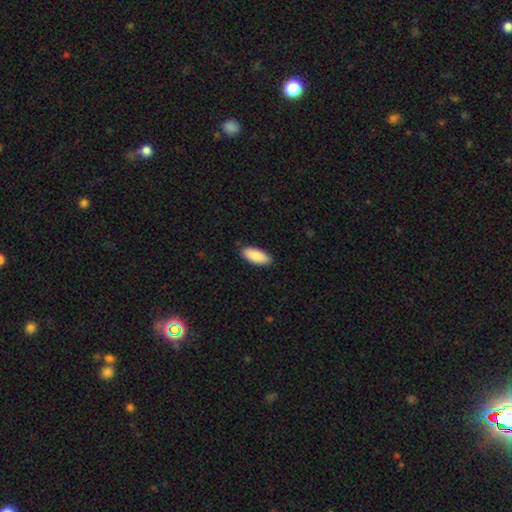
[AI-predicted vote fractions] A smooth galaxy with no disk features (88%) that is in between round and cigar-shaped (84%). Merging: none (88%).